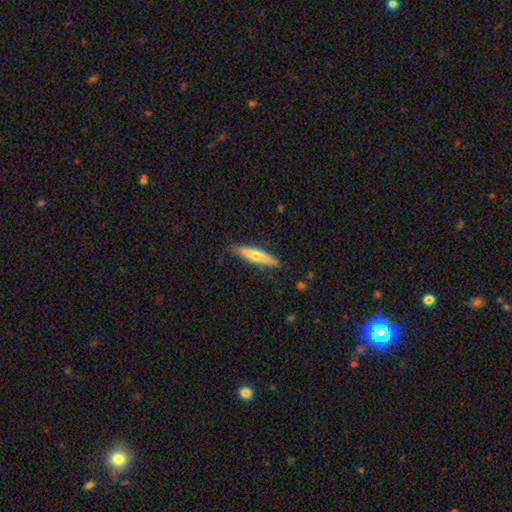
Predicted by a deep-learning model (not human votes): A smooth galaxy with no disk features (51%) that is cigar-shaped (86%).

Vote fractions:
- Smooth or featured? smooth: 51% / featured or disk: 43% / star or artifact: 6%
- How rounded? cigar-shaped: 86% / in between: 12% / round: 2%
- Merging? none: 87% / minor disturbance: 10% / major disturbance: 2% / merger: 1%